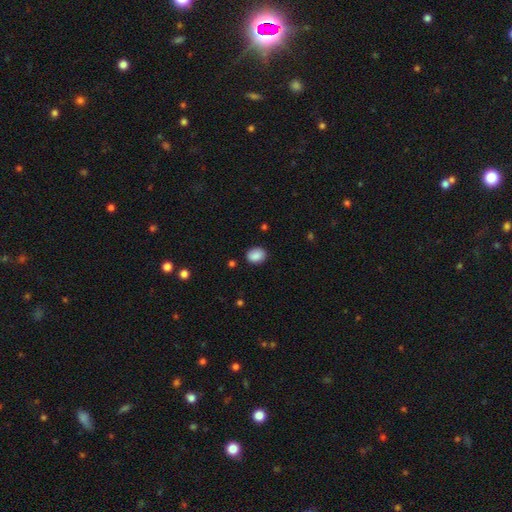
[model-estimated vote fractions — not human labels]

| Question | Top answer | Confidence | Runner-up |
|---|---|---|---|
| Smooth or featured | smooth | 88% | star or artifact (8%) |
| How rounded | in between | 53% | round (46%) |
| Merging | none | 85% | minor disturbance (11%) |